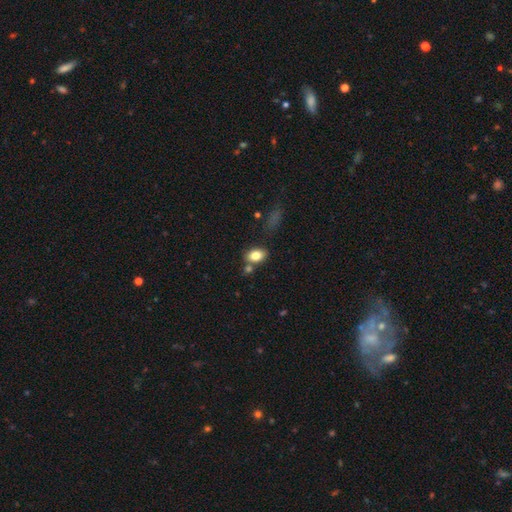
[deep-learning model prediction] Smooth or featured? Predicted: smooth (p=0.80). How rounded? Predicted: in between (p=0.81). Merging? Predicted: none (p=0.65).